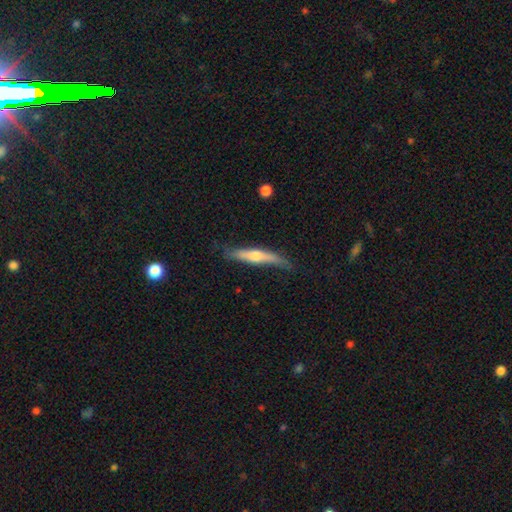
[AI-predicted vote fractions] A featured or disk galaxy (54%) viewed edge-on (91%).

Vote fractions:
- Smooth or featured? featured or disk: 54% / smooth: 41% / star or artifact: 5%
- Edge-on disk? yes: 91% / no: 9%
- Merging? none: 67% / minor disturbance: 25% / major disturbance: 6% / merger: 2%